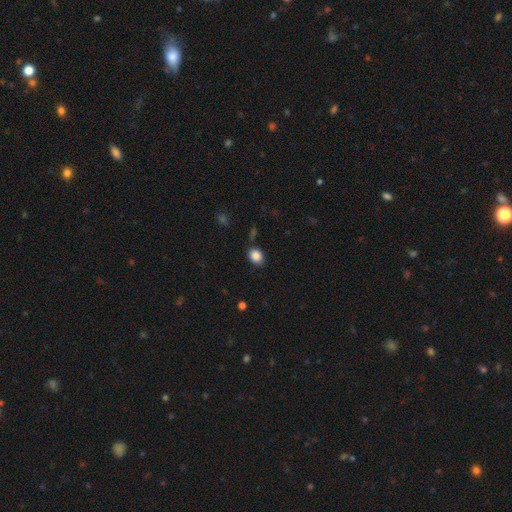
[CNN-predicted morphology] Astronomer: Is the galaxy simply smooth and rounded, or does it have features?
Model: smooth — 86%.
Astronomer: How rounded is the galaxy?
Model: in between — 55% (runner-up: round, 44%).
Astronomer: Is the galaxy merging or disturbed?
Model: none — 81%.